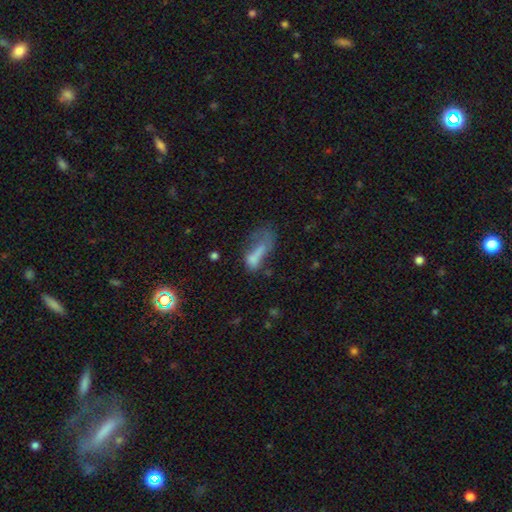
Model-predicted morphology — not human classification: Smooth or featured: smooth — 60% (featured or disk — 26%)
How rounded: in between — 69% (cigar-shaped — 25%)
Merging: major disturbance — 50% (none — 17%)